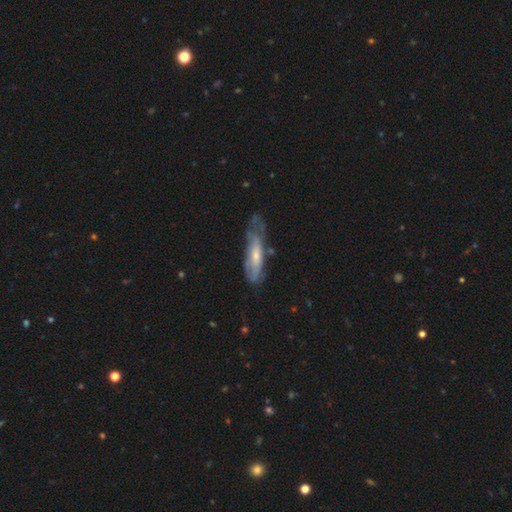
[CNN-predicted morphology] This appears to be a featured or disk galaxy (55%). Merging: none (45%).